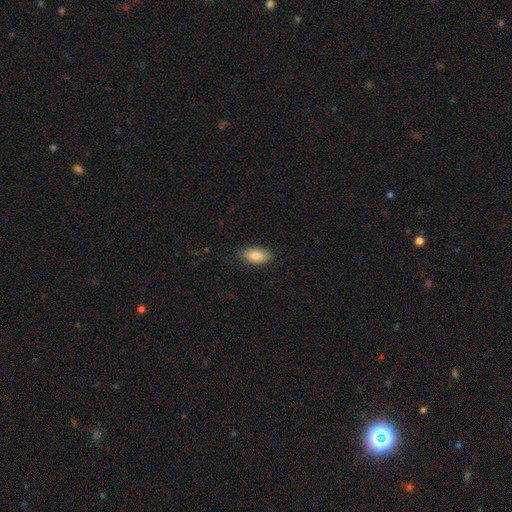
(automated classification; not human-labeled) smooth 86%, featured or disk 7%, star or artifact 7%. Down the decision tree: how rounded — in between (91%); merging — none (86%).